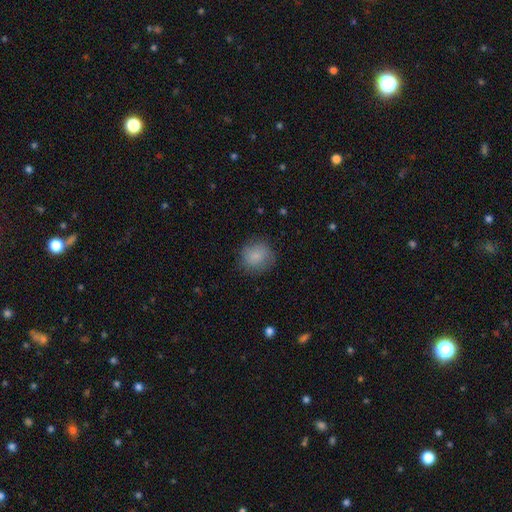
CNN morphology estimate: smooth-or-featured: smooth: 83% | featured or disk: 9% | star or artifact: 8%
  how-rounded: round: 87% | in between: 12% | cigar-shaped: 1%
  merging: none: 79% | minor disturbance: 15% | major disturbance: 5% | merger: 1%